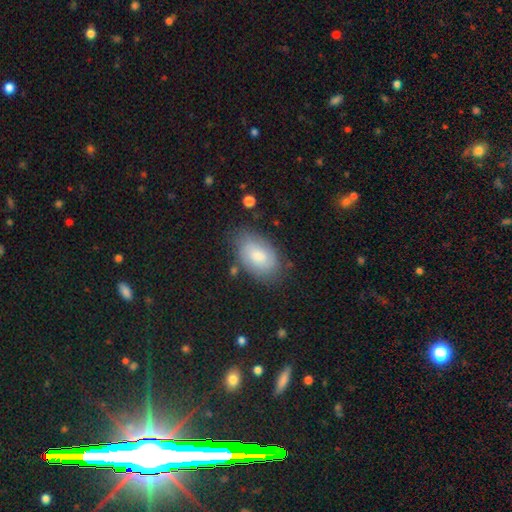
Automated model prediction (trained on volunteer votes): Smooth or featured: smooth — 56% (featured or disk — 36%)
How rounded: in between — 91% (round — 7%)
Merging: none — 73% (minor disturbance — 20%)